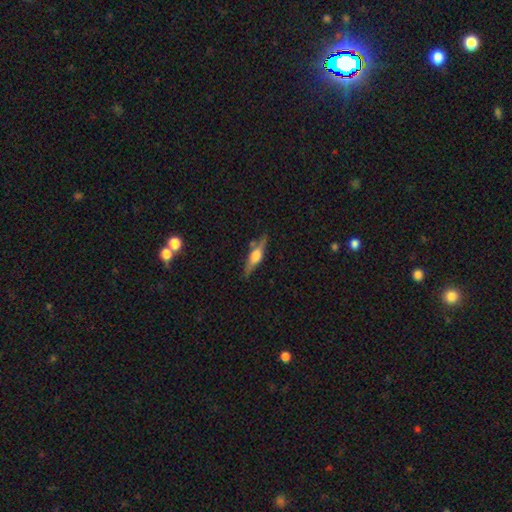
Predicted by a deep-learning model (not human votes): Morphology: type=featured or disk (65%); edge-on=yes (95%); edge-on bulge=rounded (86%); merging=none (80%).